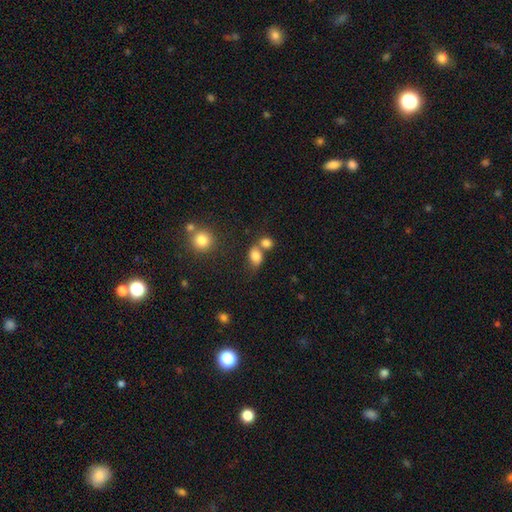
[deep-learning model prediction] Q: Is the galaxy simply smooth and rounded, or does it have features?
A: smooth — 81%.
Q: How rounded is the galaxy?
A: in between — 71%.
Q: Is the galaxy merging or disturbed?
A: none — 45%.